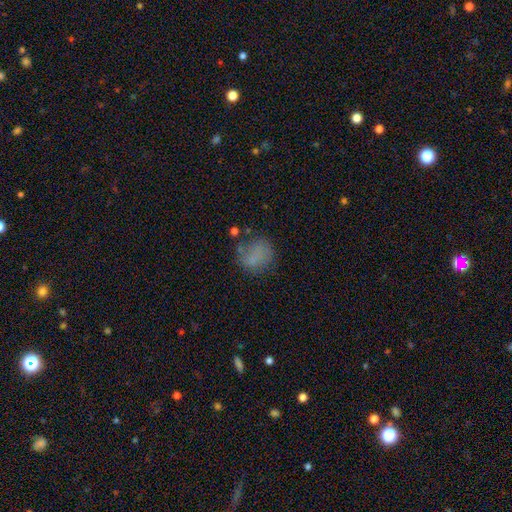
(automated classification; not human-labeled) Smooth or featured? Predicted: smooth (p=0.70). How rounded? Predicted: round (p=0.69). Merging? Predicted: none (p=0.59).